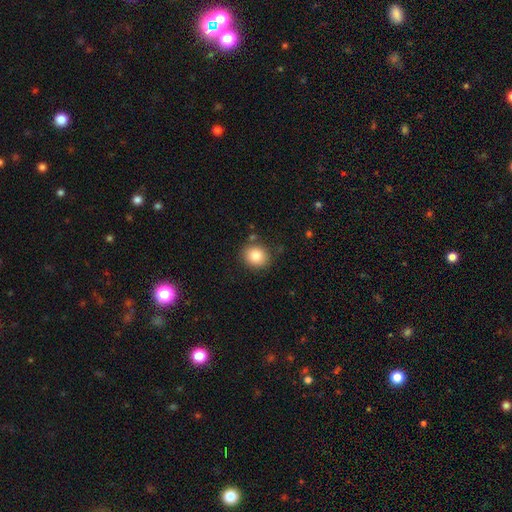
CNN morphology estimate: smooth 84%, star or artifact 9%, featured or disk 6%. Down the decision tree: how rounded — round (75%); merging — none (84%).